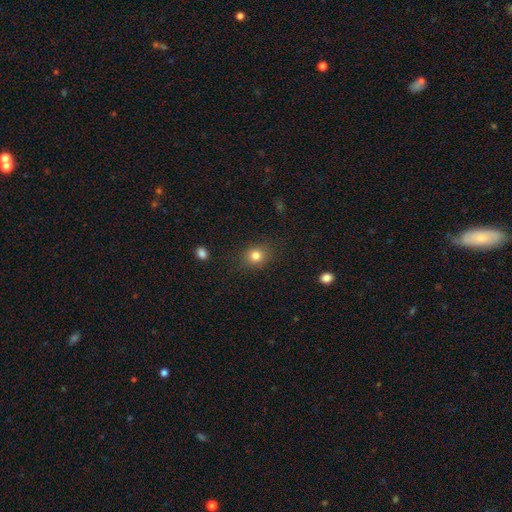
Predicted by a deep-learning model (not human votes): smooth_or_featured: smooth (p=0.81) [alt: star or artifact p=0.12]
how_rounded: round (p=0.72) [alt: in between p=0.27]
merging: none (p=0.86) [alt: minor disturbance p=0.10]